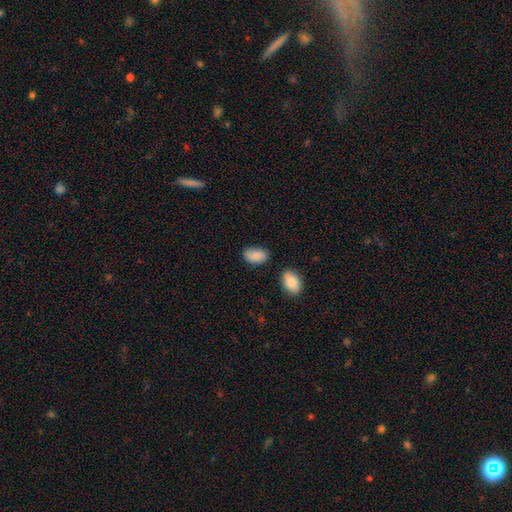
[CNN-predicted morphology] A smooth galaxy with no disk features (86%) that is in between round and cigar-shaped (91%). Merging: none (73%).